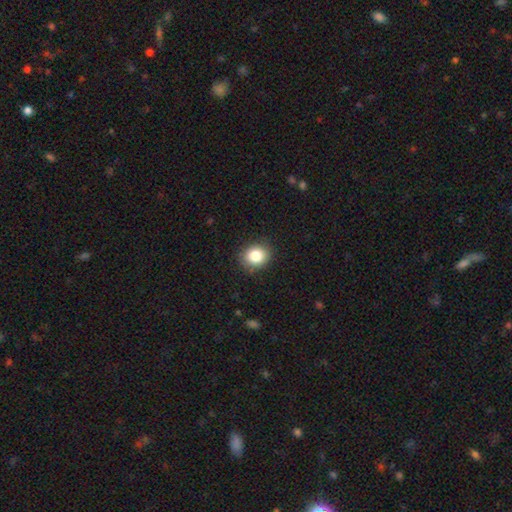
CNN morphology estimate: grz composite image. It shows a smooth galaxy with no disk features (84%) that is round (69%). Merging: none (87%).